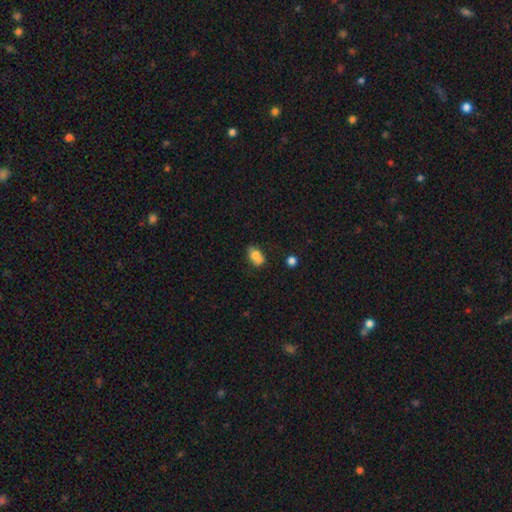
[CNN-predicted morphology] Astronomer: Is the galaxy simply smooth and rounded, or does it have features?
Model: smooth — 70%.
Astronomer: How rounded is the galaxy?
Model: in between — 78%.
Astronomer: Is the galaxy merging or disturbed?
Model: none — 51%.